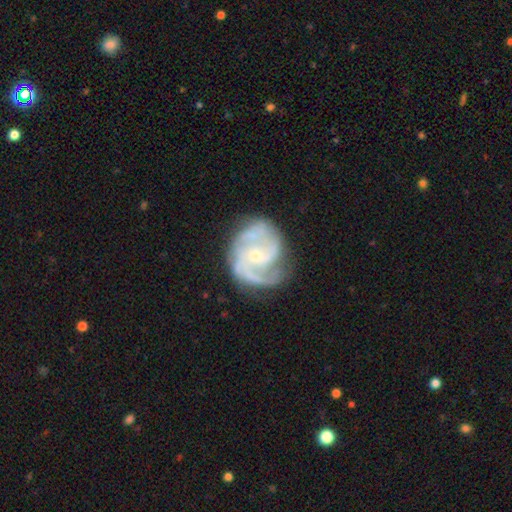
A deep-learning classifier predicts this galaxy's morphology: Q: Smooth or featured?
A: featured or disk (88%); runner-up: smooth (7%)
Q: Edge-on disk?
A: no (98%); runner-up: yes (2%)
Q: Bar?
A: no (59%); runner-up: weak (34%)
Q: Spiral arms?
A: yes (97%); runner-up: no (3%)
Q: Spiral winding?
A: medium (48%); runner-up: tight (39%)
Q: Spiral arm count?
A: 2 (44%); runner-up: 3 (28%)
Q: Bulge size?
A: small (69%); runner-up: moderate (26%)
Q: Merging?
A: none (68%); runner-up: minor disturbance (20%)